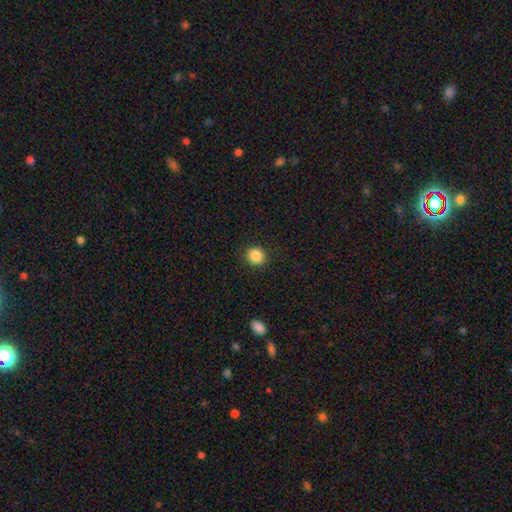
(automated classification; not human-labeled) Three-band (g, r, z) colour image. It shows a smooth galaxy with no disk features (86%) that is round (82%). Merging: none (90%).